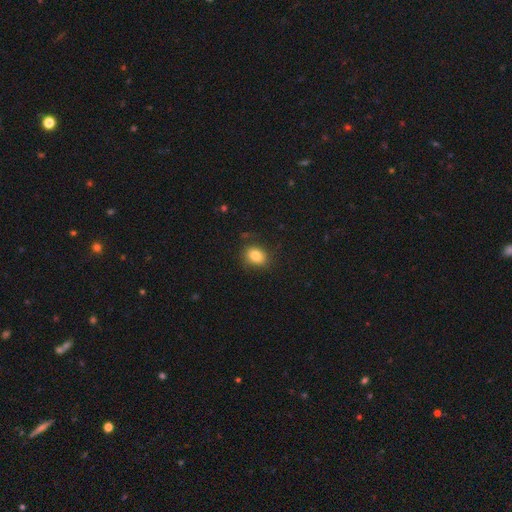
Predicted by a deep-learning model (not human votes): Morphology: type=smooth (83%); roundness=in between (54%); merging=none (80%).